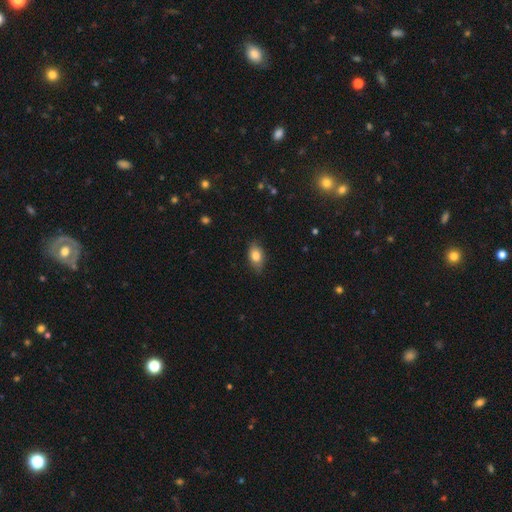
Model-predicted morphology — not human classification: A smooth galaxy with no disk features (80%) that is in between round and cigar-shaped (85%). Merging: none (77%).